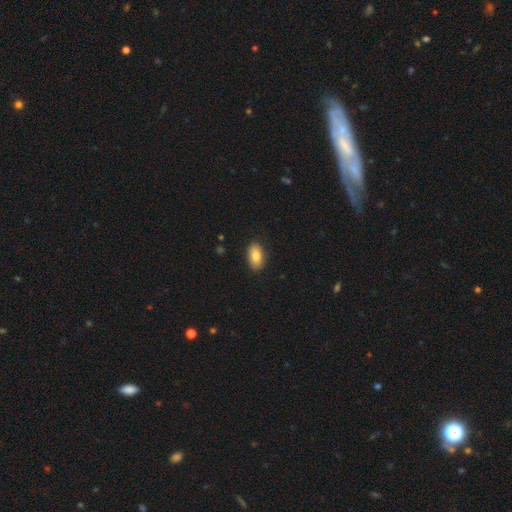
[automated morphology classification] Smooth or featured? smooth (85%)
How rounded? in between (93%)
Merging? none (87%)